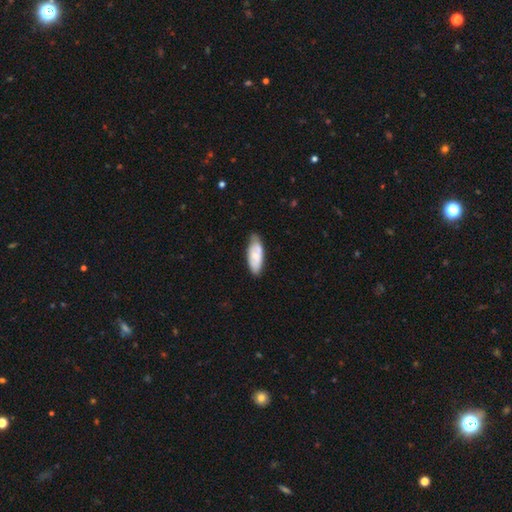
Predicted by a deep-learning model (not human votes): This appears to be a smooth galaxy with no disk features (65%) that is in between round and cigar-shaped (80%). Merging: none (66%).